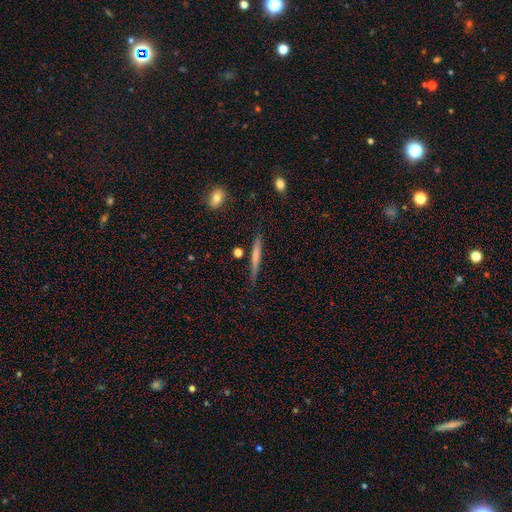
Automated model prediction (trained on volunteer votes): Smooth or featured: smooth — 61% (featured or disk — 33%)
How rounded: cigar-shaped — 94% (in between — 4%)
Merging: none — 80% (minor disturbance — 15%)